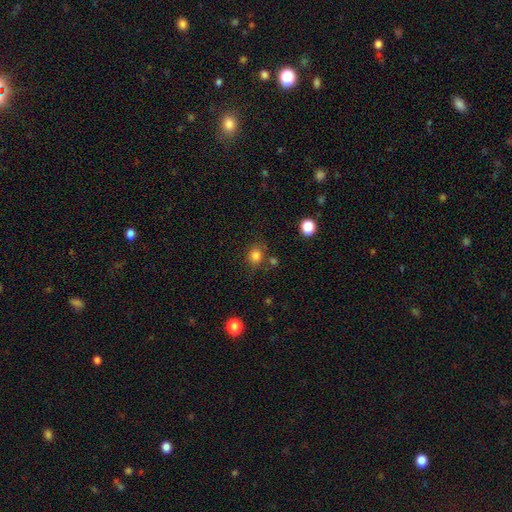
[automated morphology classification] This is clearly a smooth galaxy (82%). How rounded: likely round (70%). Merging: likely none (71%).